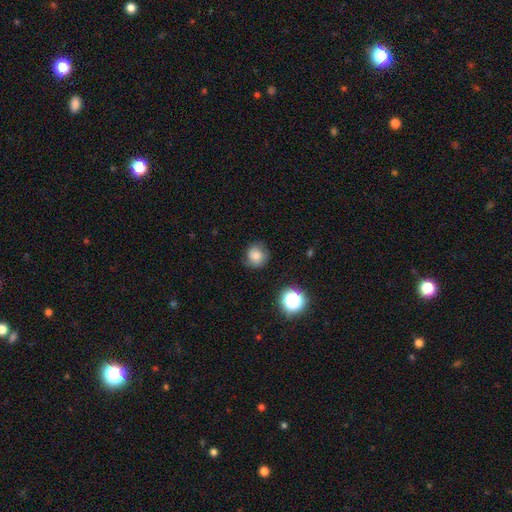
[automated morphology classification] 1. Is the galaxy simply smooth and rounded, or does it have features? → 72% smooth, 15% featured or disk, 13% star or artifact.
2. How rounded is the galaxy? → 85% round, 14% in between, 1% cigar-shaped.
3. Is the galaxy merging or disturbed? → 69% none, 22% minor disturbance, 7% major disturbance, 2% merger.